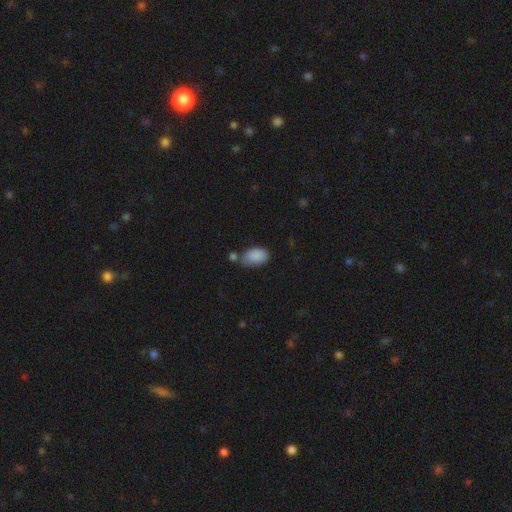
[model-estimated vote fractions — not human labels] smooth-or-featured: smooth: 88% | star or artifact: 7% | featured or disk: 5%
  how-rounded: in between: 93% | round: 5% | cigar-shaped: 2%
  merging: none: 58% | minor disturbance: 22% | merger: 15% | major disturbance: 6%